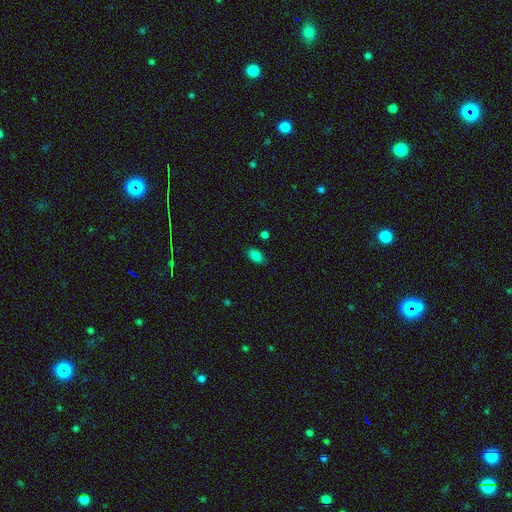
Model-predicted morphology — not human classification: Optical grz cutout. It shows a smooth galaxy with no disk features (84%) that is in between round and cigar-shaped (92%). Merging: none (84%).